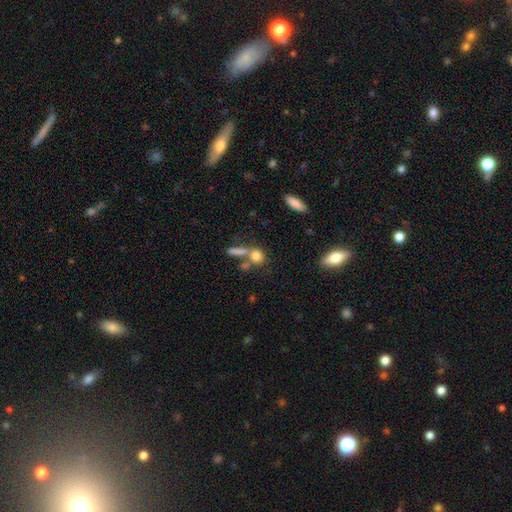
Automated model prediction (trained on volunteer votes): A smooth galaxy with no disk features (77%) that is round (73%). Merging: none (52%).